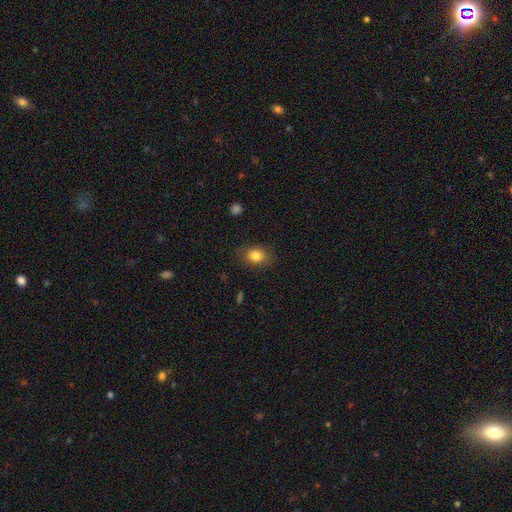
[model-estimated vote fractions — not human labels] This appears to be a smooth galaxy with no disk features (82%) that is in between round and cigar-shaped (59%). Merging: none (84%).